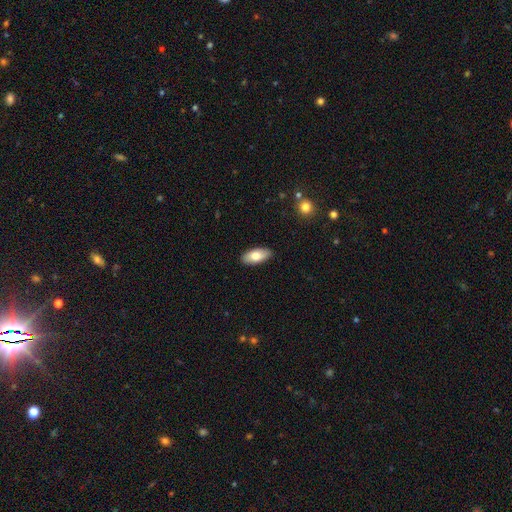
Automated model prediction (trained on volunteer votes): smooth_or_featured: smooth (p=0.78) [alt: featured or disk p=0.16]
how_rounded: in between (p=0.89) [alt: cigar-shaped p=0.09]
merging: none (p=0.89) [alt: minor disturbance p=0.08]